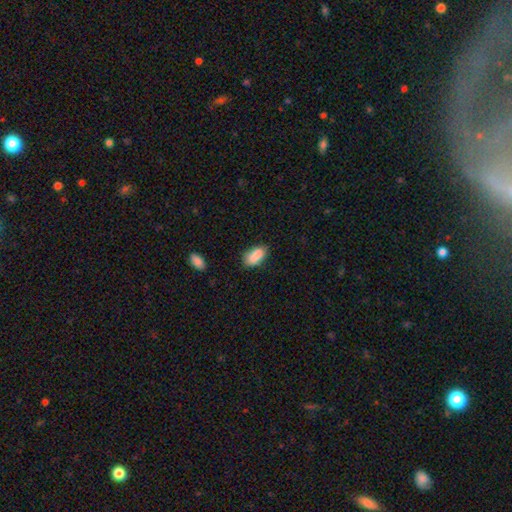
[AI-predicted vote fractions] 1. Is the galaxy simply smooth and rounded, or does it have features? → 88% smooth, 7% star or artifact, 5% featured or disk.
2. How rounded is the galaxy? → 91% in between, 6% cigar-shaped, 3% round.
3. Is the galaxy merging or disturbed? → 75% none, 19% minor disturbance, 4% major disturbance, 3% merger.